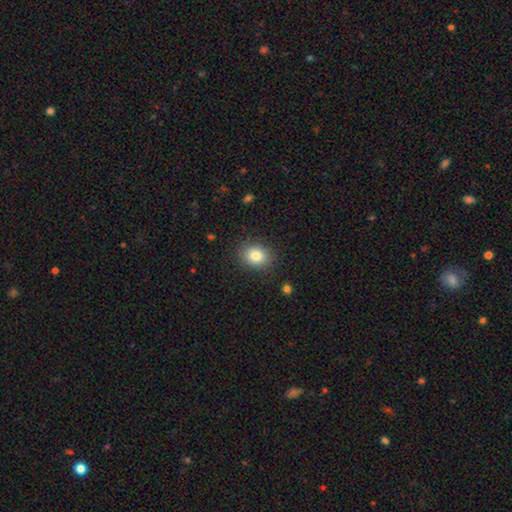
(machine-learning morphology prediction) type=smooth (83%); roundness=round (56%); merging=none (87%).